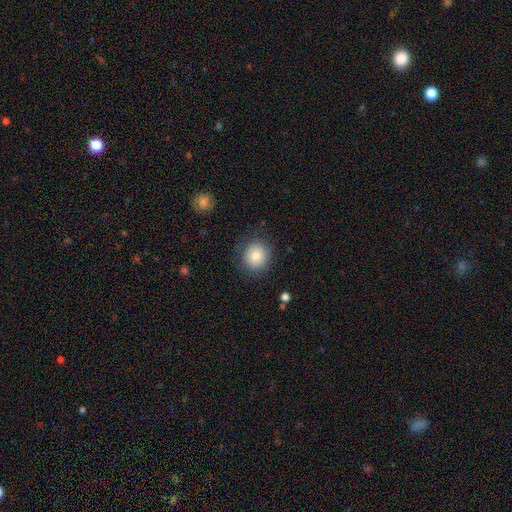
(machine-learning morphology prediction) smooth 82%, star or artifact 9%, featured or disk 9%. Down the decision tree: how rounded — round (86%); merging — none (84%).